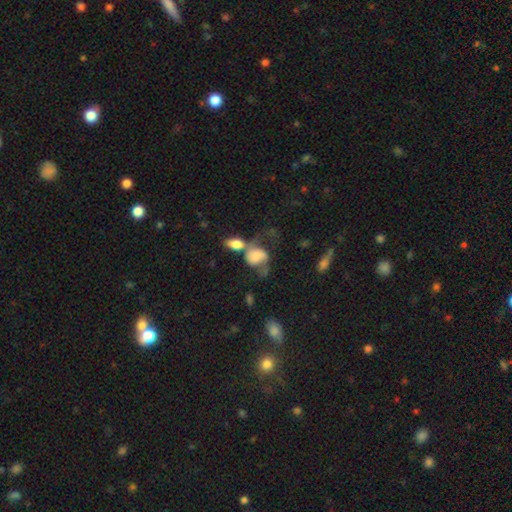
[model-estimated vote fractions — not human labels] Smooth or featured? smooth (55%)
How rounded? in between (60%)
Merging? merger (44%)